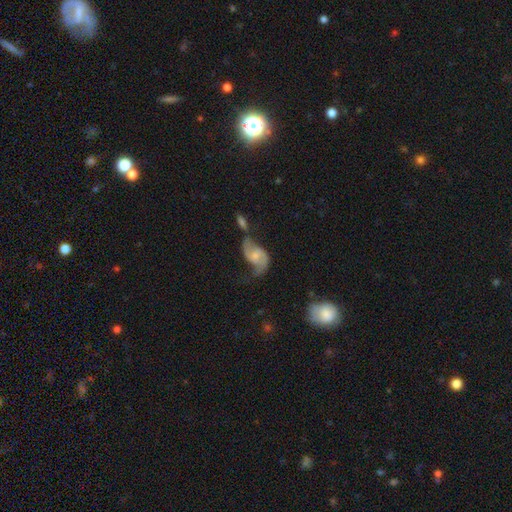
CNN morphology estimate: A featured or disk galaxy (80%) with no bar (52%), 2 (89%) loose (57%) spiral arms (93%) and a small central bulge (47%).

Vote fractions:
- Smooth or featured? featured or disk: 80% / smooth: 14% / star or artifact: 6%
- Edge-on disk? no: 97% / yes: 3%
- Bar? no: 52% / weak: 40% / strong: 8%
- Spiral arms? yes: 93% / no: 7%
- Spiral winding? loose: 57% / medium: 34% / tight: 9%
- Spiral arm count? 2: 89% / can't tell: 5% / 1: 4% / 3: 1% / 4: 1% / more than 4: 1%
- Bulge size? small: 47% / moderate: 38% / none: 10% / large: 3% / dominant: 1%
- Merging? none: 37% / merger: 23% / minor disturbance: 21% / major disturbance: 19%